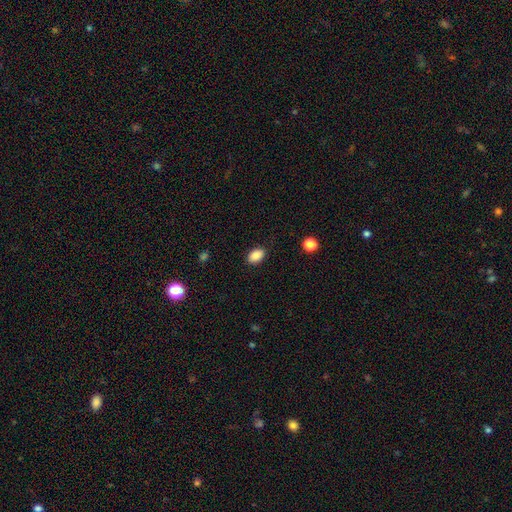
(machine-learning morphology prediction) A smooth galaxy with no disk features (87%) that is in between round and cigar-shaped (84%). Merging: none (87%).